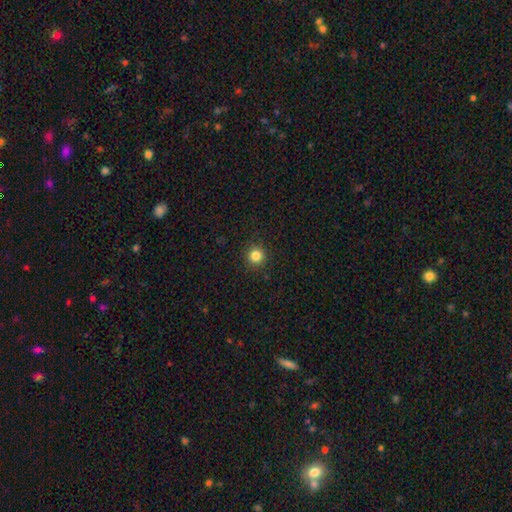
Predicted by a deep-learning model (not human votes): A smooth galaxy with no disk features (84%) that is round (95%). Merging: none (92%).